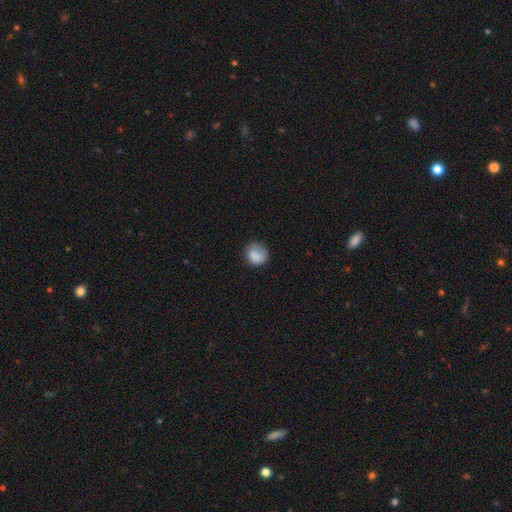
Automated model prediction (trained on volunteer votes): Morphology: type=smooth (84%); roundness=round (77%); merging=none (67%).